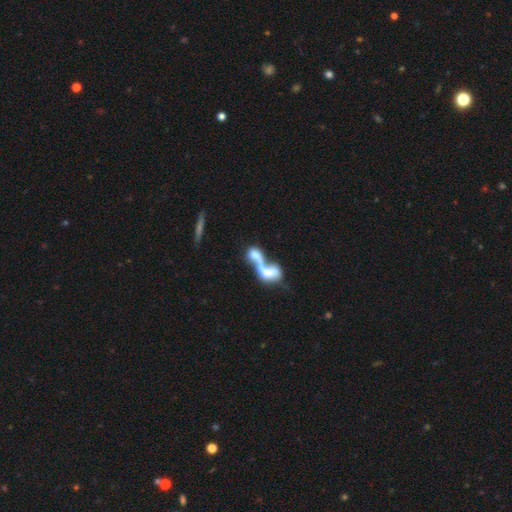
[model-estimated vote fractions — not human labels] Morphology: type=smooth (58%); roundness=in between (62%); merging=merger (78%).